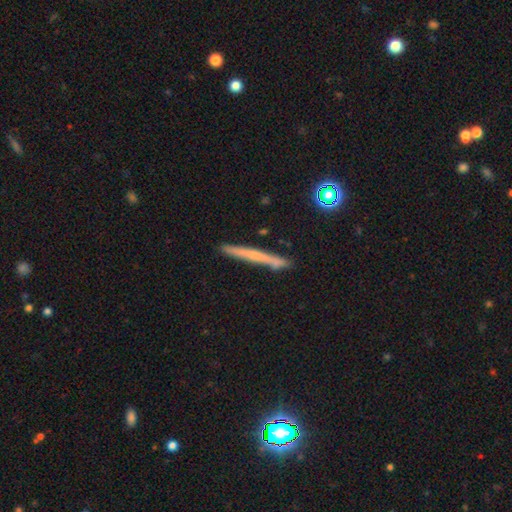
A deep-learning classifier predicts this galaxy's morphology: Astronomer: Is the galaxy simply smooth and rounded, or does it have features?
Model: smooth — 46% (runner-up: featured or disk, 44%).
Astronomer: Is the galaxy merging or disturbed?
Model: none — 87%.